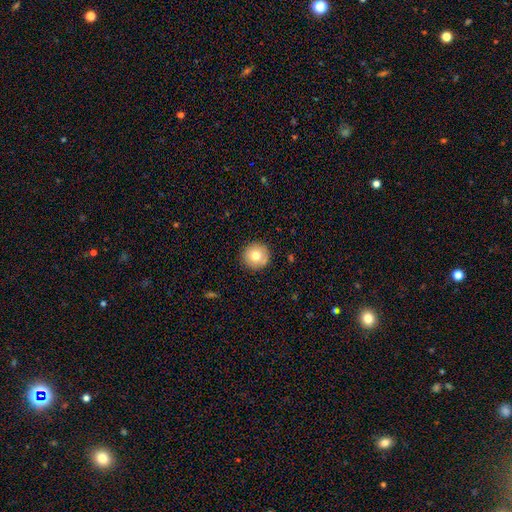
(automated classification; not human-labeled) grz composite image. It shows a smooth galaxy with no disk features (76%) that is round (95%). Merging: none (89%).